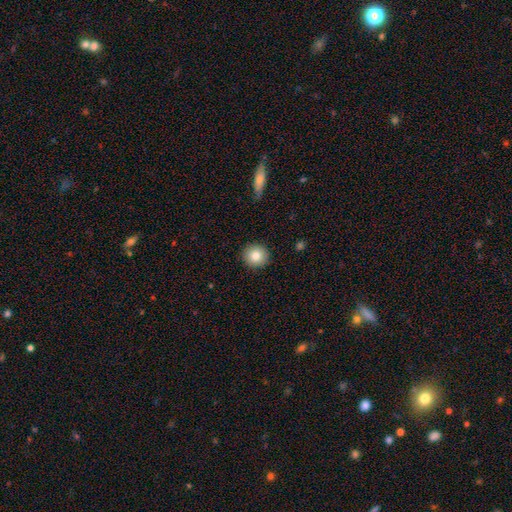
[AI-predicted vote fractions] Overall: smooth (82%). How rounded: round (92%). Merging: none (91%).